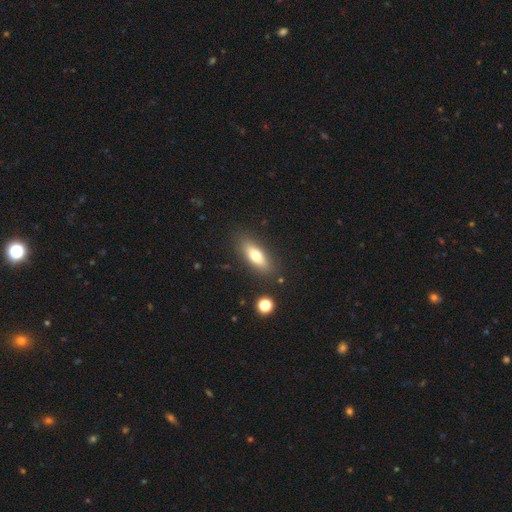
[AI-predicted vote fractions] This is likely a smooth galaxy (68%). How rounded: likely in between (65%). Merging: clearly none (85%).